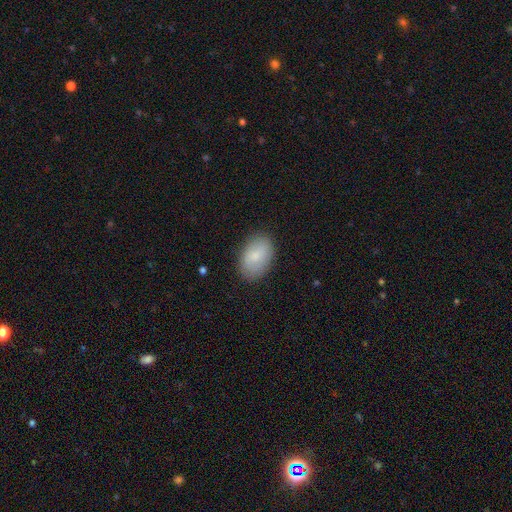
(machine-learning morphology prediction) A smooth galaxy with no disk features (79%) that is in between round and cigar-shaped (89%). Merging: none (85%).